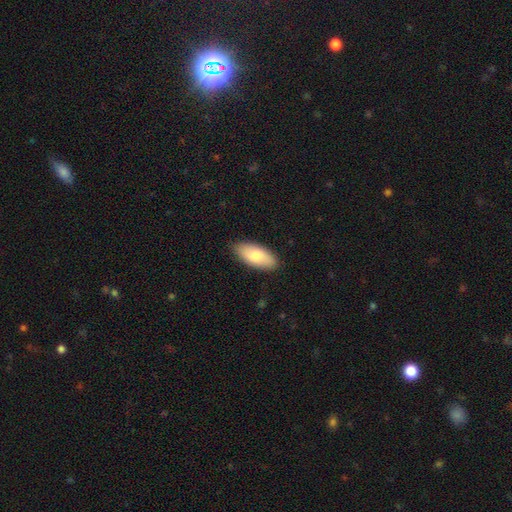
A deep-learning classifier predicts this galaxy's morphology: Overall: smooth (76%). How rounded: in between (90%). Merging: none (87%).